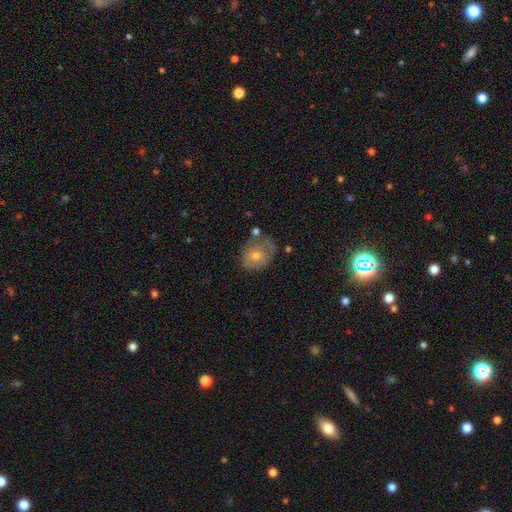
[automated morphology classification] smooth_or_featured: smooth (p=0.54) [alt: featured or disk p=0.34]
how_rounded: round (p=0.54) [alt: in between p=0.45]
merging: none (p=0.57) [alt: minor disturbance p=0.26]